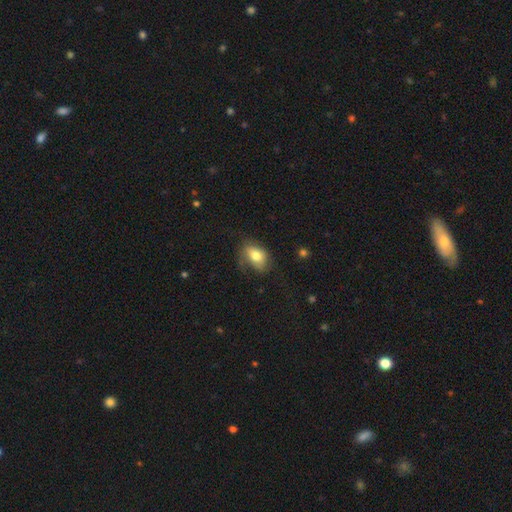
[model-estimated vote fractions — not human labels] Morphology: type=smooth (76%); roundness=in between (83%); merging=none (51%).